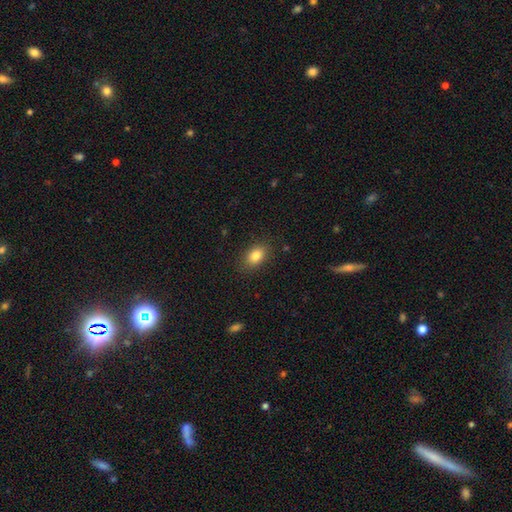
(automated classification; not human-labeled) The model was most divided on "how rounded": in between: 81%, round: 17%, cigar-shaped: 2%. More confident: merging — none (86%); smooth or featured — smooth (84%).